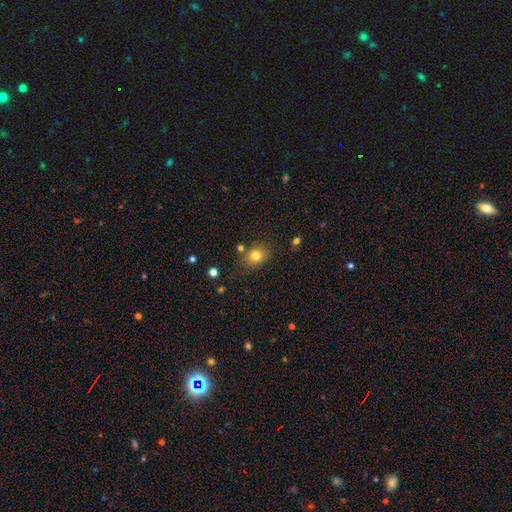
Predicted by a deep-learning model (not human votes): smooth 79%, star or artifact 12%, featured or disk 9%. Down the decision tree: how rounded — round (52%); merging — none (77%).